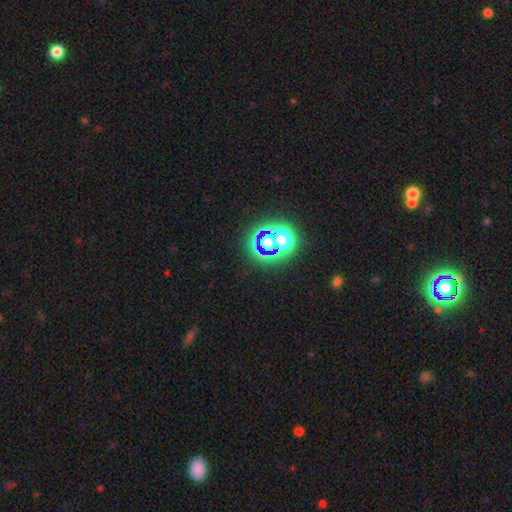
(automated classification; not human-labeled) smooth-or-featured: star or artifact: 68% | smooth: 24% | featured or disk: 8%